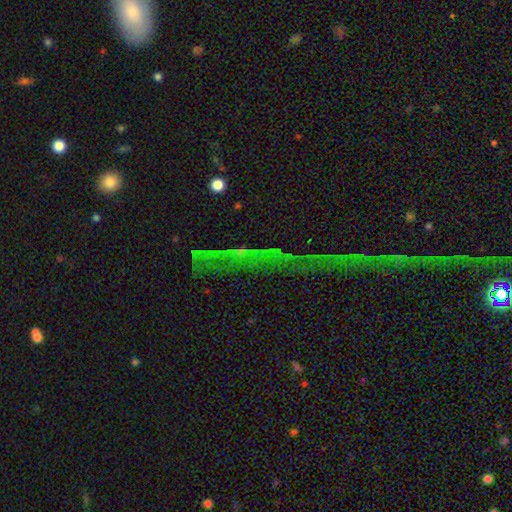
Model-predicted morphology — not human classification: Smooth or featured? Predicted: star or artifact (p=0.68).